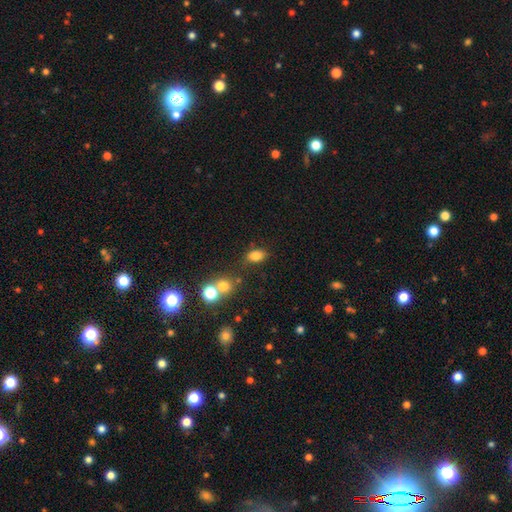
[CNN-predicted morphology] A smooth galaxy with no disk features (81%) that is in between round and cigar-shaped (82%).

Vote fractions:
- Smooth or featured? smooth: 81% / star or artifact: 12% / featured or disk: 7%
- How rounded? in between: 82% / round: 16% / cigar-shaped: 2%
- Merging? none: 73% / minor disturbance: 14% / merger: 9% / major disturbance: 5%